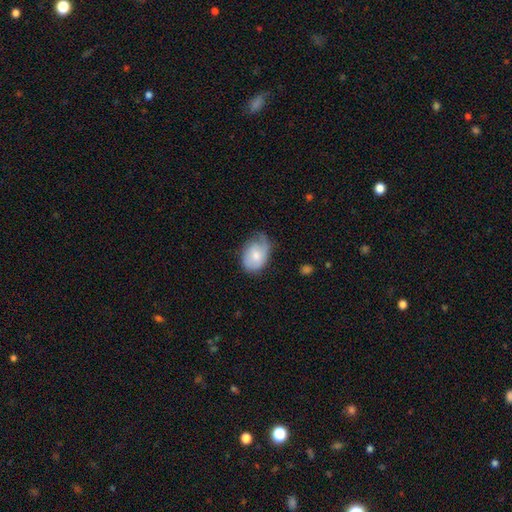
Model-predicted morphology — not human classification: This is possibly a smooth galaxy (57%). How rounded: likely in between (77%). Merging: marginally none (44%).